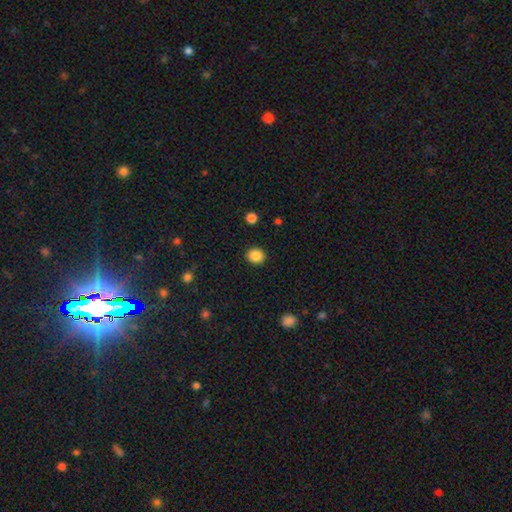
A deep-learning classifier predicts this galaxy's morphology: This is clearly a smooth galaxy (86%). How rounded: likely round (78%). Merging: clearly none (91%).